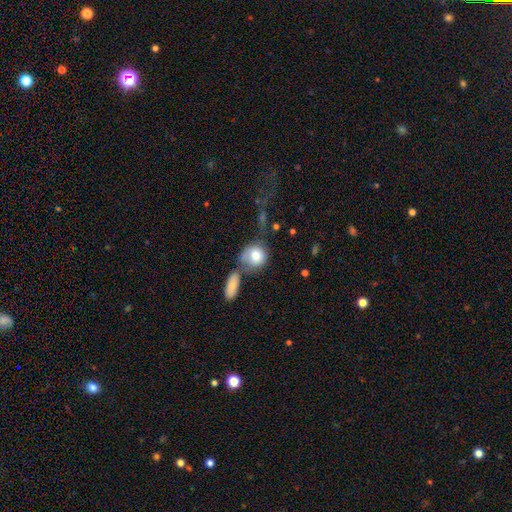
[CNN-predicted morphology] Smooth or featured: smooth — 78% (featured or disk — 15%)
How rounded: round — 73% (in between — 25%)
Merging: none — 36% (merger — 32%)